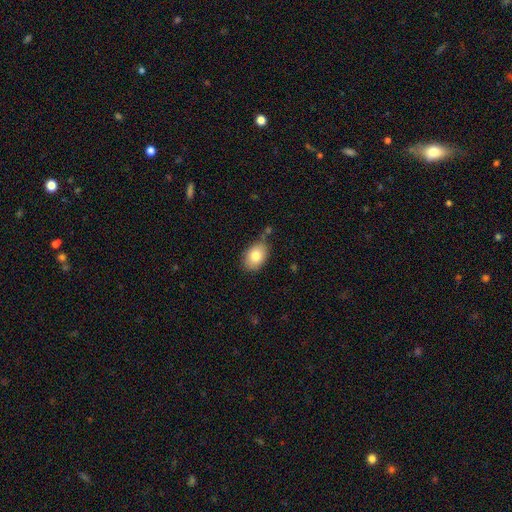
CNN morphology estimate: Smooth or featured: smooth — 81% (featured or disk — 11%)
How rounded: in between — 79% (round — 19%)
Merging: none — 71% (minor disturbance — 19%)